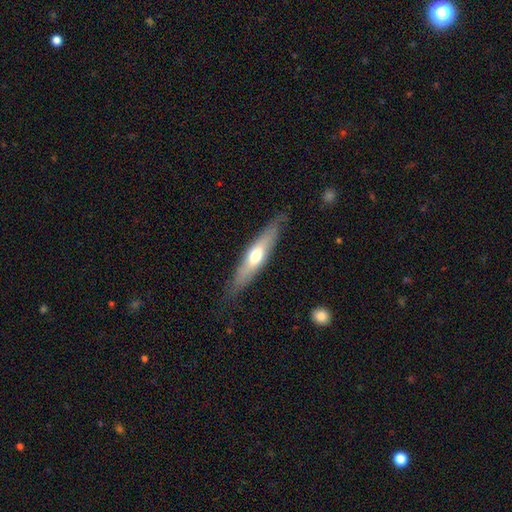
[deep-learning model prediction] Morphology: type=smooth (49%); merging=none (81%).